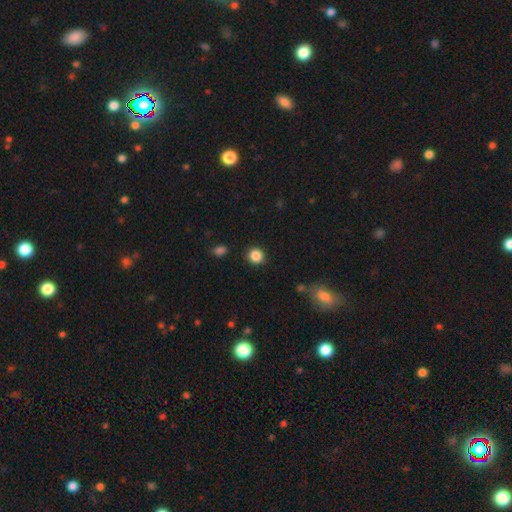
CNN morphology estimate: Q: Smooth or featured?
A: smooth (86%); runner-up: star or artifact (11%)
Q: How rounded?
A: round (88%); runner-up: in between (11%)
Q: Merging?
A: none (89%); runner-up: minor disturbance (7%)